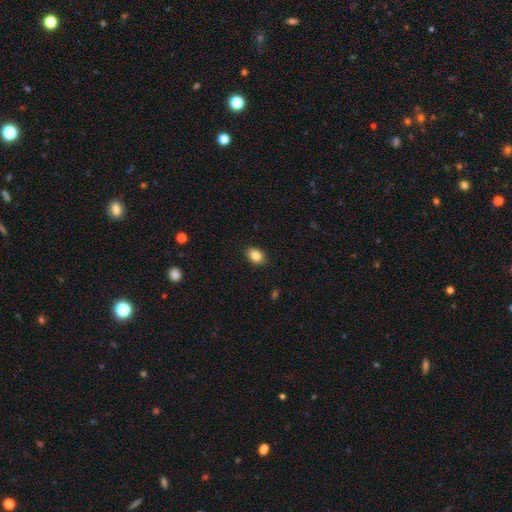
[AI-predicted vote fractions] This appears to be a smooth galaxy with no disk features (84%) that is in between round and cigar-shaped (71%). Merging: none (89%).